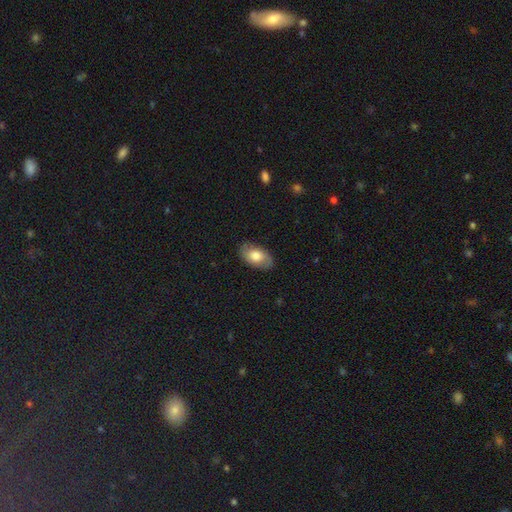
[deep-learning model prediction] Q: Smooth or featured?
A: smooth (68%); runner-up: featured or disk (25%)
Q: How rounded?
A: in between (93%); runner-up: round (6%)
Q: Merging?
A: none (83%); runner-up: minor disturbance (13%)